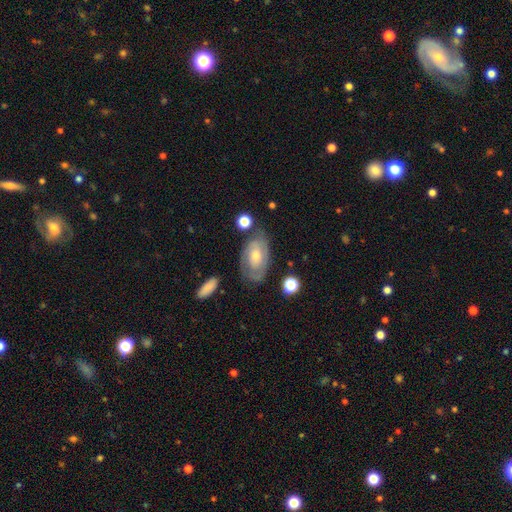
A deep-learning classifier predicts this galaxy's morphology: This appears to be a featured or disk galaxy (59%) with no bar (73%), spiral arms (62%) and a moderate central bulge (53%). Merging: none (66%).